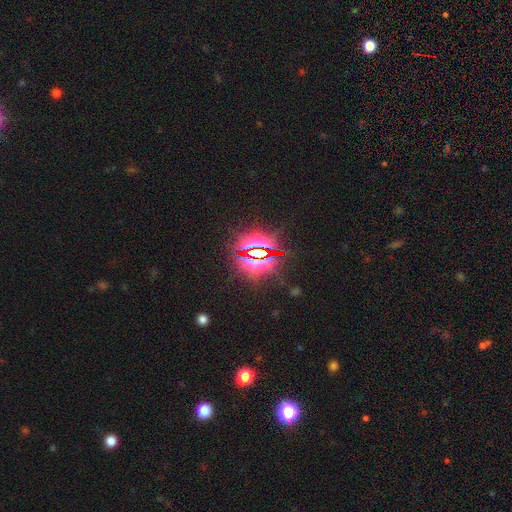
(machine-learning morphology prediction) The model was most divided on "smooth or featured": star or artifact: 81%, smooth: 10%, featured or disk: 8%.